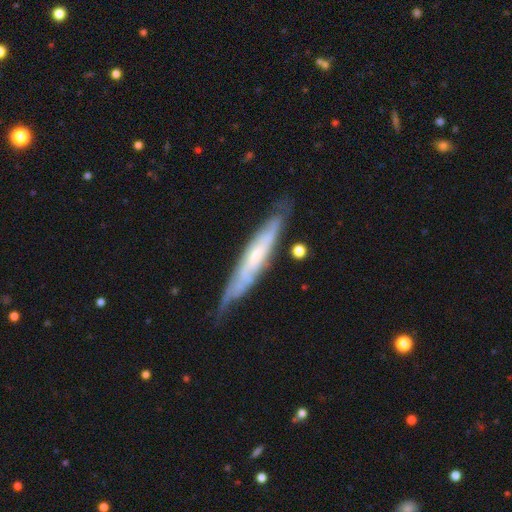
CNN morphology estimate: Smooth or featured?
  - featured or disk: 69% *
  - smooth: 25%
  - star or artifact: 6%
Edge-on disk?
  - yes: 59% *
  - no: 41%
Merging?
  - none: 66% *
  - minor disturbance: 25%
  - major disturbance: 6%
  - merger: 3%